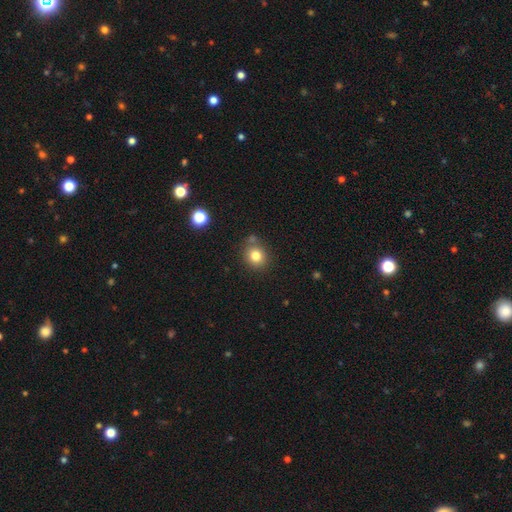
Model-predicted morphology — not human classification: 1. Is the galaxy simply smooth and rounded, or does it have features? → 80% smooth, 12% star or artifact, 8% featured or disk.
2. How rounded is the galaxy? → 79% round, 20% in between, 1% cigar-shaped.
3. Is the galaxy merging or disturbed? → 75% none, 12% minor disturbance, 10% merger, 3% major disturbance.